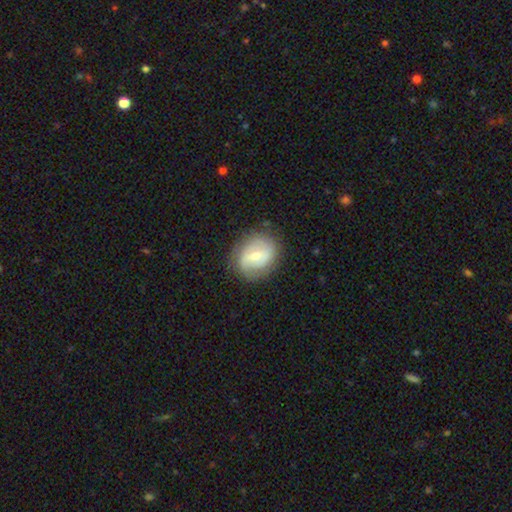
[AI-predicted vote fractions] This is possibly a featured or disk galaxy (52%). It is clearly not viewed edge-on (96%). Merging: likely none (77%).